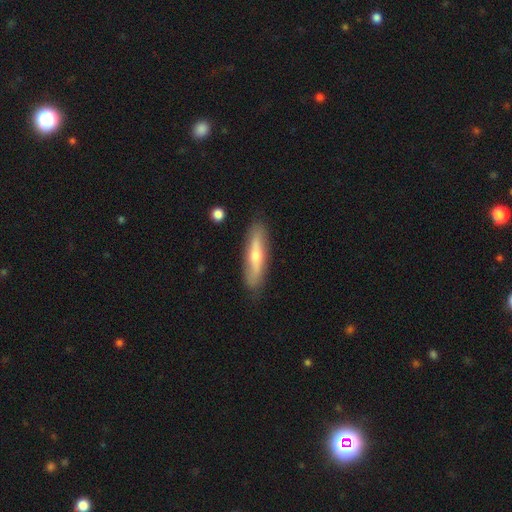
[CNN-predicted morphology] Smooth or featured: featured or disk — 52% (smooth — 41%)
Edge-on disk: yes — 67% (no — 33%)
Merging: none — 87% (minor disturbance — 10%)